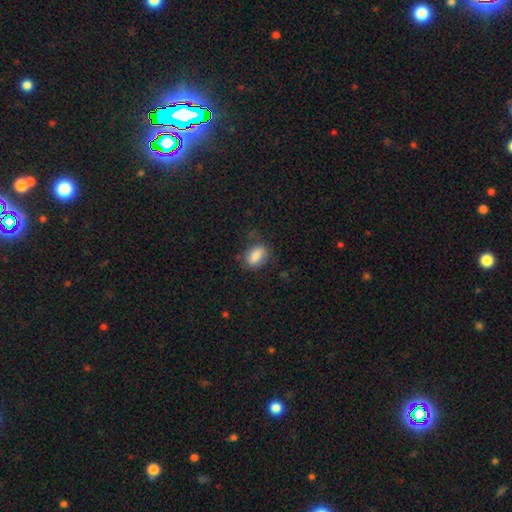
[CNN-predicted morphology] smooth 79%, featured or disk 14%, star or artifact 8%. Down the decision tree: how rounded — in between (80%); merging — none (65%).